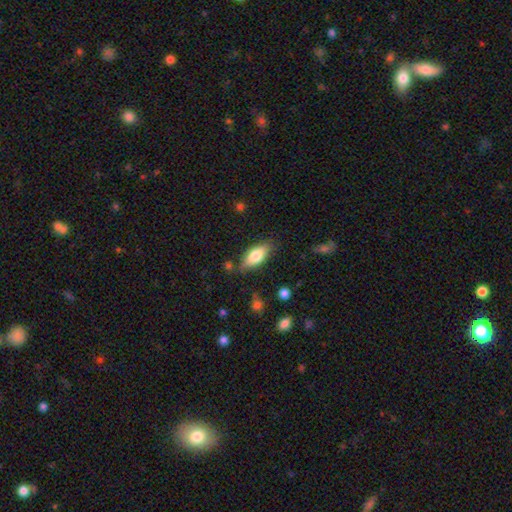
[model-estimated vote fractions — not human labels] smooth-or-featured: smooth: 75% | featured or disk: 19% | star or artifact: 7%
  how-rounded: in between: 81% | cigar-shaped: 17% | round: 3%
  merging: none: 78% | minor disturbance: 15% | major disturbance: 3% | merger: 3%